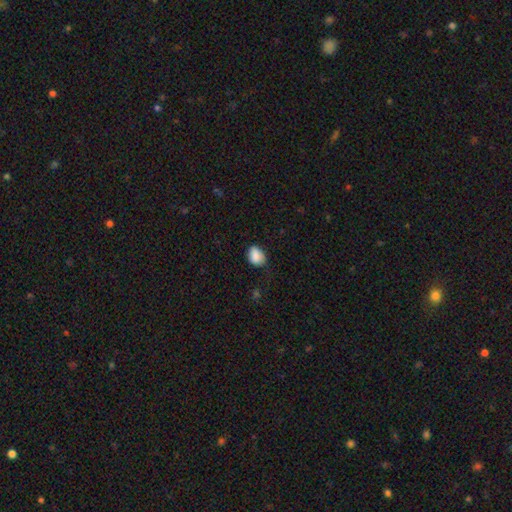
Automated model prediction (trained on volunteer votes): Smooth or featured? smooth (87%)
How rounded? in between (69%)
Merging? none (67%)